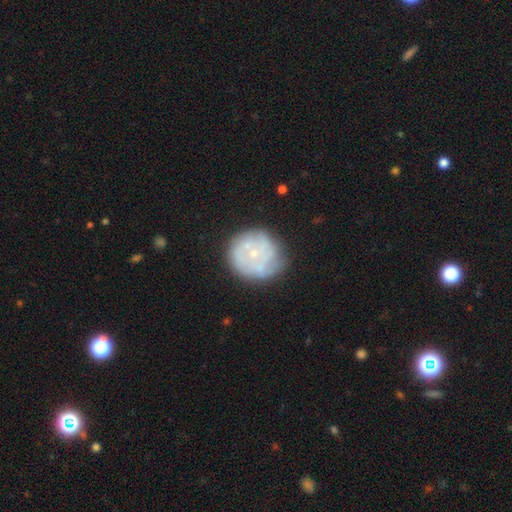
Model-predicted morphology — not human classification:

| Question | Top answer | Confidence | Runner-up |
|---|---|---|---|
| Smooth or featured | featured or disk | 59% | smooth (33%) |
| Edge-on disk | no | 98% | yes (2%) |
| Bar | no | 86% | weak (12%) |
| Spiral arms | yes | 51% | no (49%) |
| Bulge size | small | 70% | moderate (19%) |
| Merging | none | 64% | minor disturbance (22%) |